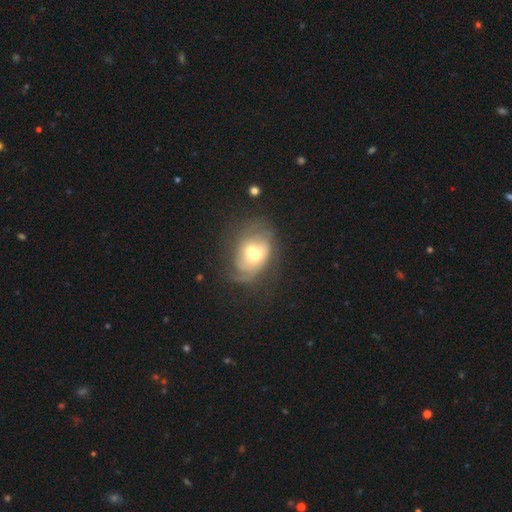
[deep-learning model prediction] A featured or disk galaxy (63%) with no bar (74%), spiral arms (64%) and a moderate central bulge (58%).

Vote fractions:
- Smooth or featured? featured or disk: 63% / smooth: 29% / star or artifact: 8%
- Edge-on disk? no: 96% / yes: 4%
- Bar? no: 74% / weak: 21% / strong: 5%
- Spiral arms? yes: 64% / no: 36%
- Bulge size? moderate: 58% / small: 28% / large: 9% / none: 3% / dominant: 2%
- Merging? merger: 58% / none: 21% / major disturbance: 12% / minor disturbance: 10%